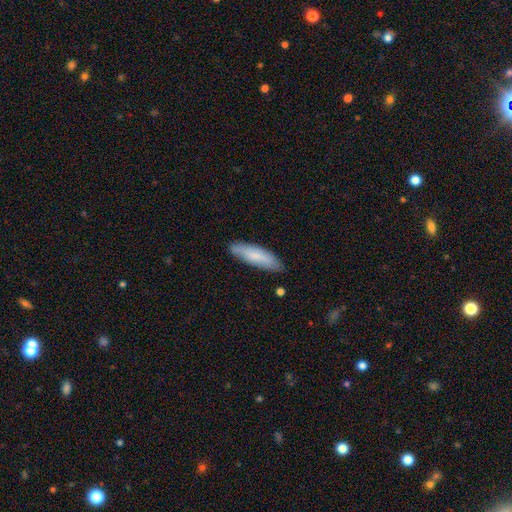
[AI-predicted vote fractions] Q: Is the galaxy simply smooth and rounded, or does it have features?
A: smooth — 76%.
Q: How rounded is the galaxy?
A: cigar-shaped — 62%.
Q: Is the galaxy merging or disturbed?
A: none — 81%.